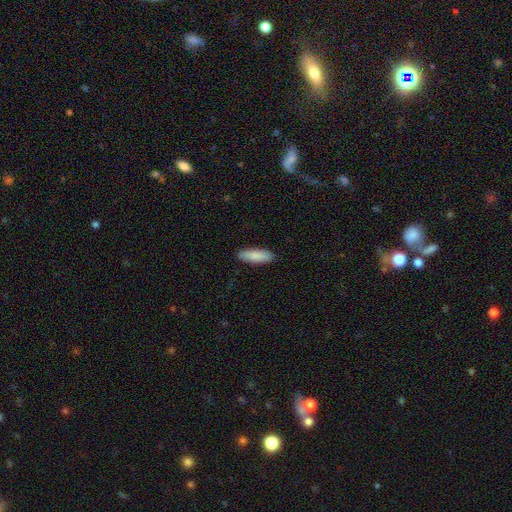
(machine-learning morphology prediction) smooth_or_featured: smooth (p=0.89) [alt: featured or disk p=0.06]
how_rounded: in between (p=0.52) [alt: cigar-shaped p=0.46]
merging: none (p=0.90) [alt: minor disturbance p=0.07]